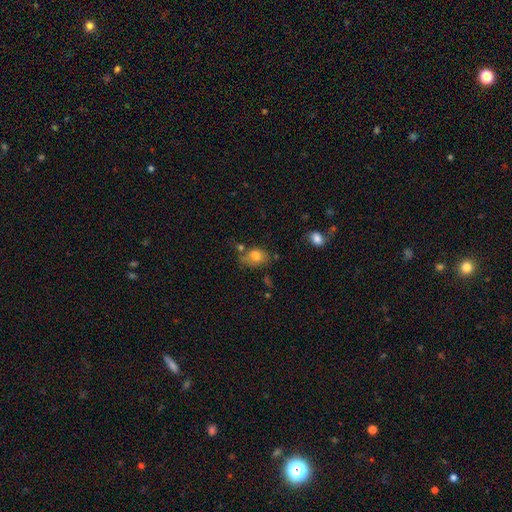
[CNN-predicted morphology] Overall: smooth (77%). How rounded: in between (77%). Merging: none (53%; minor disturbance 26%).